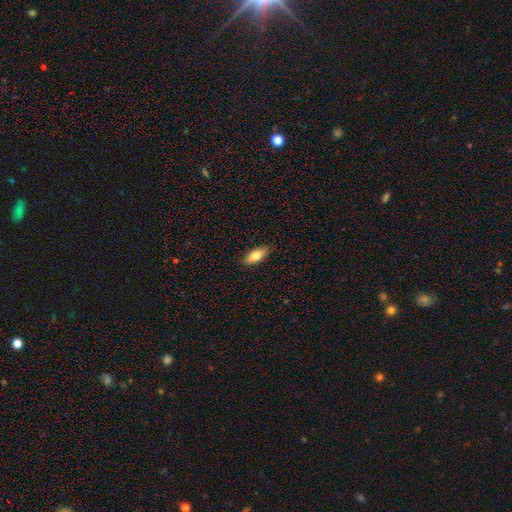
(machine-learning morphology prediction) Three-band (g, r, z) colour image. It shows a smooth galaxy with no disk features (75%) that is in between round and cigar-shaped (80%). Merging: none (88%).